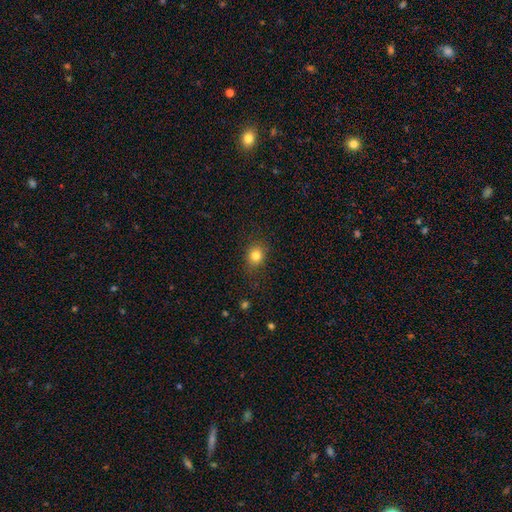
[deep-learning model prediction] Smooth or featured? Predicted: smooth (p=0.82). How rounded? Predicted: round (p=0.70). Merging? Predicted: none (p=0.83).